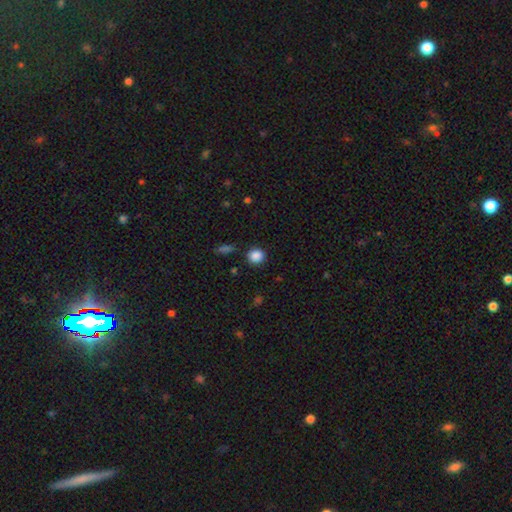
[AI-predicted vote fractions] The model was most divided on "how rounded": round: 88%, in between: 11%, cigar-shaped: 1%. More confident: merging — none (87%); smooth or featured — smooth (87%).